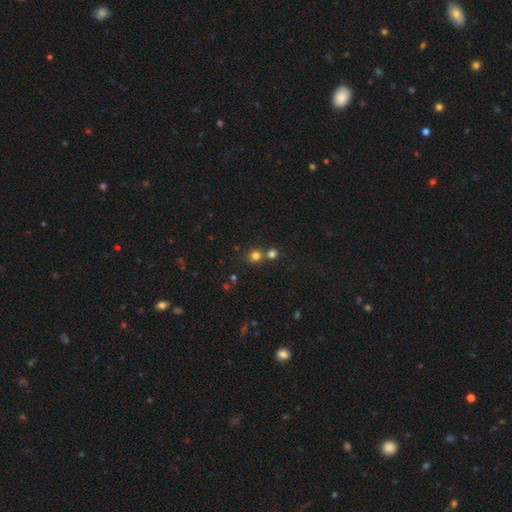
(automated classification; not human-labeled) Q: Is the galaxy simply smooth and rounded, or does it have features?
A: smooth — 75%.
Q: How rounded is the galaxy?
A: round — 89%.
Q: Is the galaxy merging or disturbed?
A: none — 64%.